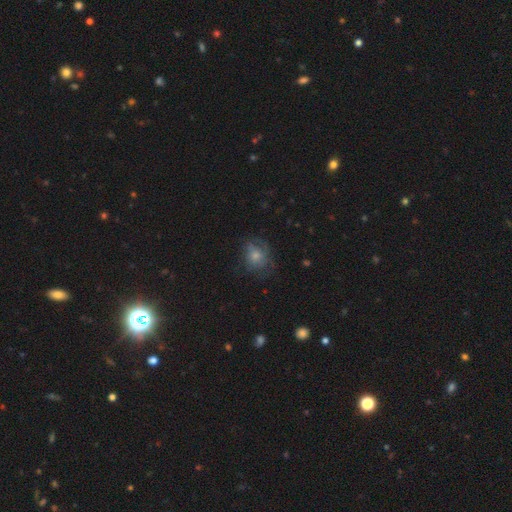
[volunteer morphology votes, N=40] This is possibly a smooth galaxy (57%). How rounded: clearly round (87%). Merging: possibly none (58%).